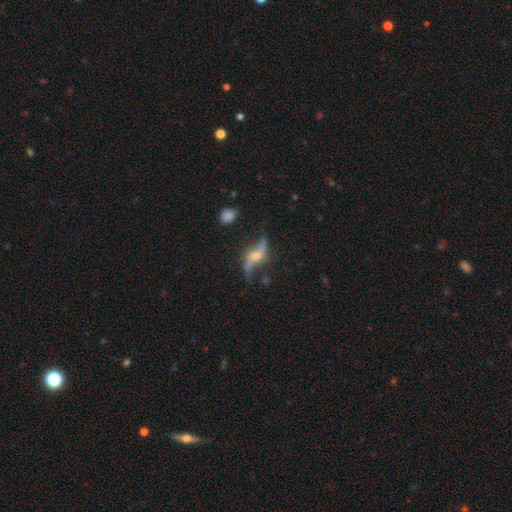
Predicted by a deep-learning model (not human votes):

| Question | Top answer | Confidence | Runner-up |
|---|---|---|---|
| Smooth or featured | featured or disk | 83% | smooth (11%) |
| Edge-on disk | no | 77% | yes (23%) |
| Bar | no | 47% | weak (30%) |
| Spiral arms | yes | 92% | no (8%) |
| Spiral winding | loose | 93% | medium (5%) |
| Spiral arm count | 2 | 91% | 1 (4%) |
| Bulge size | moderate | 48% | small (36%) |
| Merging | none | 63% | minor disturbance (20%) |